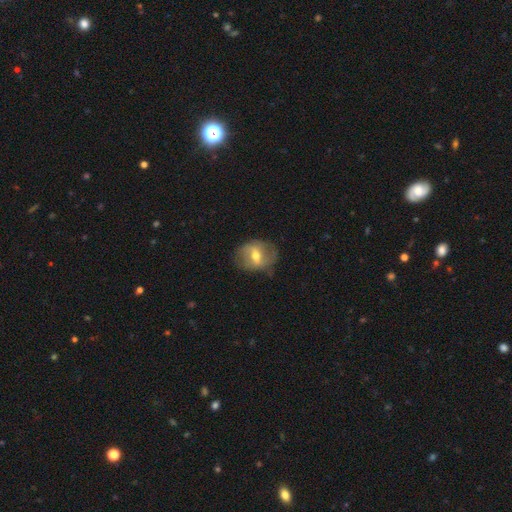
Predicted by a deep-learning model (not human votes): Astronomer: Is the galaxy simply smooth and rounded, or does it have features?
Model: featured or disk — 55% (runner-up: smooth, 37%).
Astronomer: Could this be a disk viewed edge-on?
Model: no — 93%.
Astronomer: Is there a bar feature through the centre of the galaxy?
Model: weak — 46% (runner-up: strong, 34%).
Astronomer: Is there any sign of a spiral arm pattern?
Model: no — 50%, tied with yes at 50%.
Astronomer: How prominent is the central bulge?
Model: moderate — 69%.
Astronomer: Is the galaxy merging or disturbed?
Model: none — 70%.